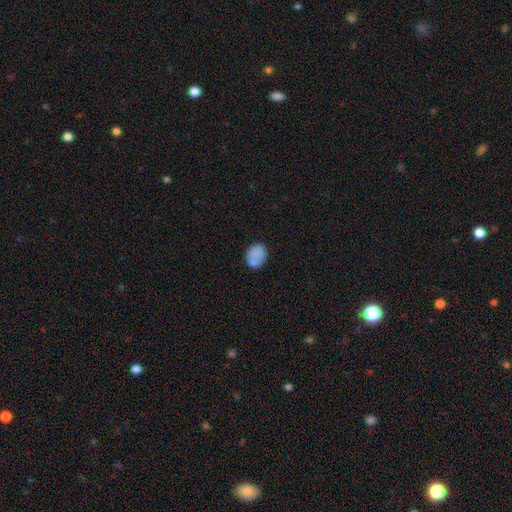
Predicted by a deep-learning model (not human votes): smooth-or-featured: smooth: 81% | featured or disk: 11% | star or artifact: 9%
  how-rounded: round: 50% | in between: 49% | cigar-shaped: 1%
  merging: none: 68% | minor disturbance: 17% | merger: 10% | major disturbance: 5%